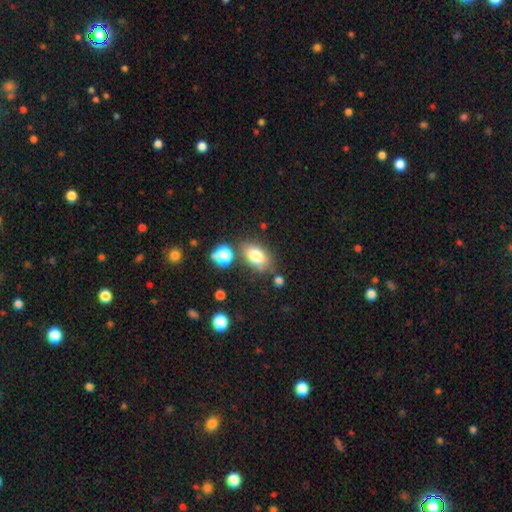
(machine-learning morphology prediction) This is likely a smooth galaxy (78%). How rounded: clearly in between (85%). Merging: likely none (71%).